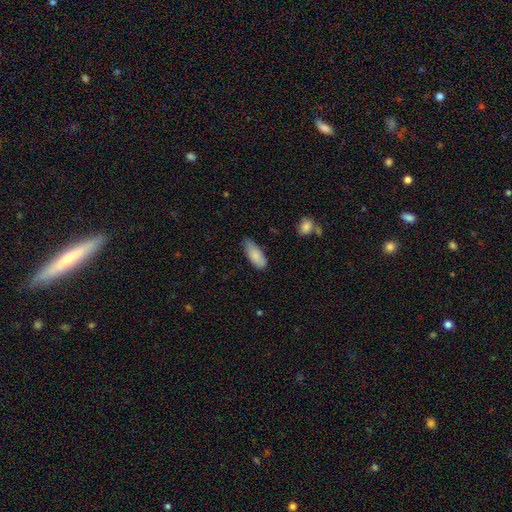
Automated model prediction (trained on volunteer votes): The model was most divided on "merging": none: 64%, minor disturbance: 30%, major disturbance: 4%, merger: 2%. More confident: smooth or featured — smooth (85%); how rounded — in between (80%).